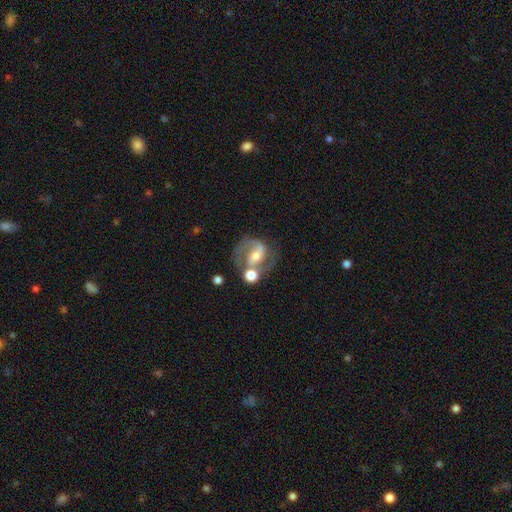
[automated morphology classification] Smooth or featured? Predicted: featured or disk (p=0.80). Edge-on disk? Predicted: no (p=0.97). Bar? Predicted: weak (p=0.43). Spiral arms? Predicted: yes (p=0.93). Spiral winding? Predicted: medium (p=0.55). Spiral arm count? Predicted: 2 (p=0.81). Bulge size? Predicted: moderate (p=0.51). Merging? Predicted: none (p=0.51).